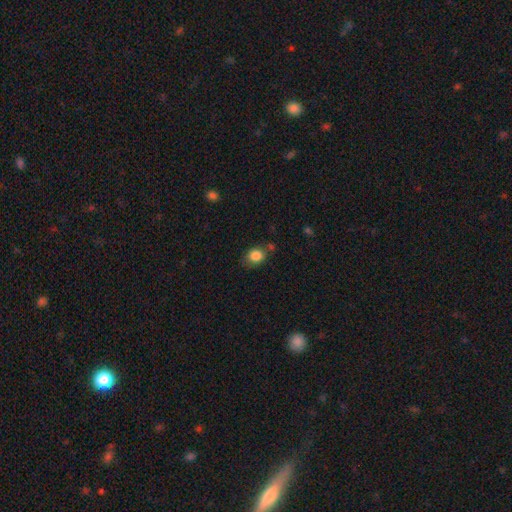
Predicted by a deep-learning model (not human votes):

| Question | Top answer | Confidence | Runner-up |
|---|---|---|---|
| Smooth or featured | smooth | 84% | star or artifact (10%) |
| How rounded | round | 54% | in between (45%) |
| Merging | none | 67% | minor disturbance (20%) |